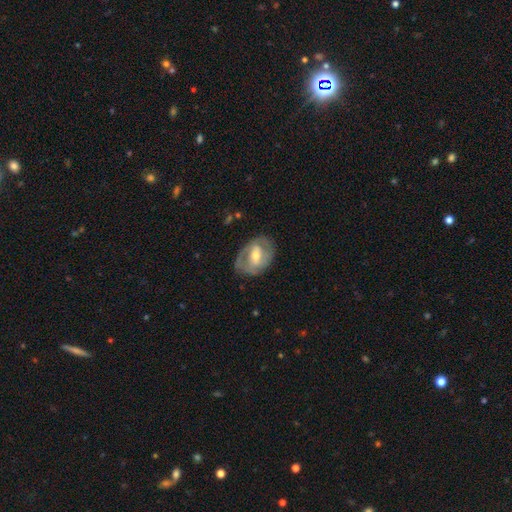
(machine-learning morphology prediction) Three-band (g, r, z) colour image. It shows a featured or disk galaxy (69%) with a weak bar (42%), spiral arms (65%) and a moderate central bulge (64%). Merging: none (74%).